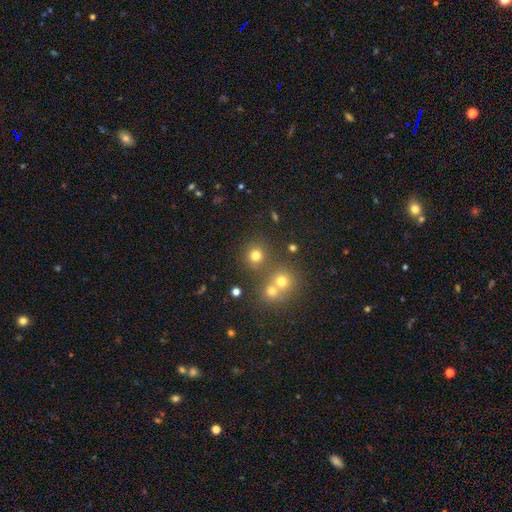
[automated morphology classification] A smooth galaxy with no disk features (74%) that is round (90%).

Vote fractions:
- Smooth or featured? smooth: 74% / star or artifact: 19% / featured or disk: 7%
- How rounded? round: 90% / in between: 9% / cigar-shaped: 1%
- Merging? none: 73% / merger: 16% / minor disturbance: 7% / major disturbance: 3%